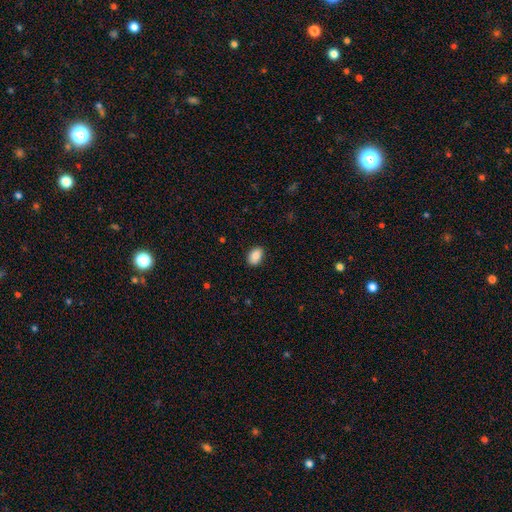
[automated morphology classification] type=smooth (85%); roundness=in between (82%); merging=none (87%).